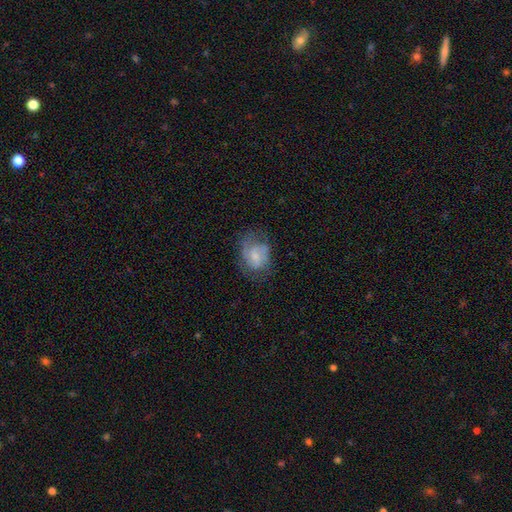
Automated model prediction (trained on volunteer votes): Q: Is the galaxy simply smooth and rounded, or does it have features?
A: featured or disk — 51%.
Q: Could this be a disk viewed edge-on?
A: no — 97%.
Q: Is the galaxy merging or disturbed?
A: none — 52%.